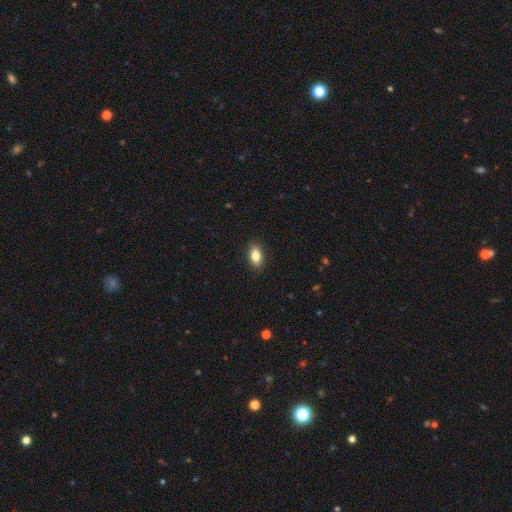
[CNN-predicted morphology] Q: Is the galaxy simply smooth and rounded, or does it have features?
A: smooth — 83%.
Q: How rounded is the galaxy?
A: in between — 88%.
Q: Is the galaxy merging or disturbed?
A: none — 89%.